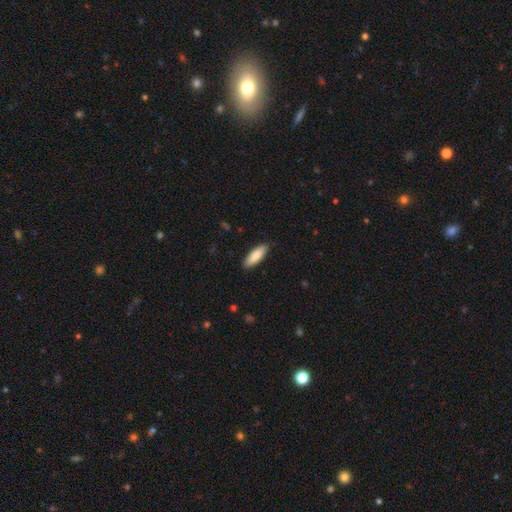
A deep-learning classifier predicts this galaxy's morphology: Overall: smooth (84%). How rounded: in between (55%; cigar-shaped 44%). Merging: none (87%).